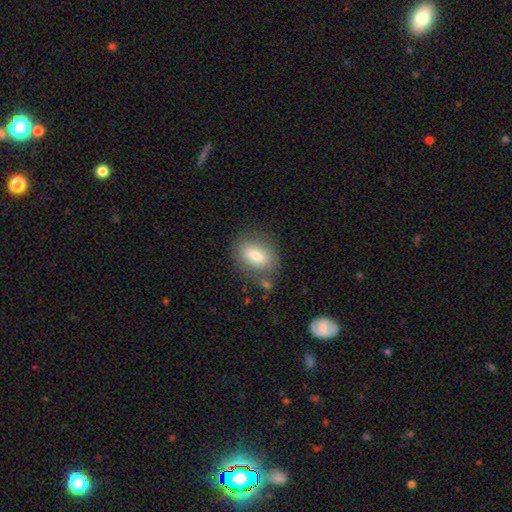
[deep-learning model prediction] Overall: smooth (73%). How rounded: in between (78%). Merging: none (76%).